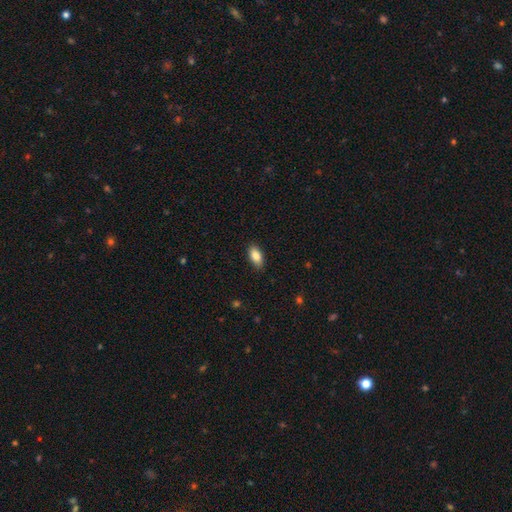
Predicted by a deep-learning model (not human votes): Morphology: type=smooth (87%); roundness=in between (91%); merging=none (87%).